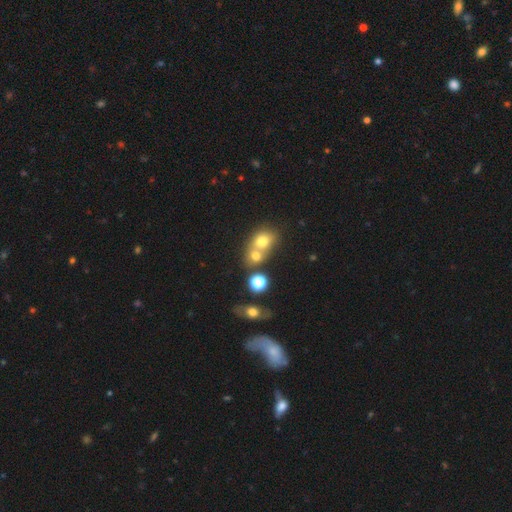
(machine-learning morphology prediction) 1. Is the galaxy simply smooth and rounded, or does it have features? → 69% smooth, 16% featured or disk, 14% star or artifact.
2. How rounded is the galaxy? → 64% round, 35% in between, 1% cigar-shaped.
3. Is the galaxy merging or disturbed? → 58% merger, 31% none, 7% minor disturbance, 4% major disturbance.